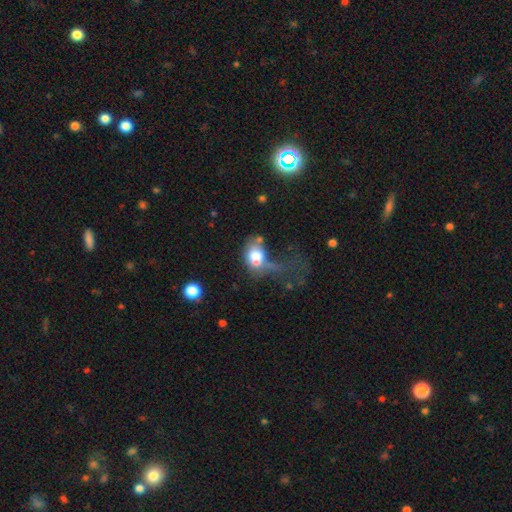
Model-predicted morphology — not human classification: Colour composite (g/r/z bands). It shows a smooth galaxy with no disk features (66%) that is in between round and cigar-shaped (68%). Merging: major disturbance (37%).